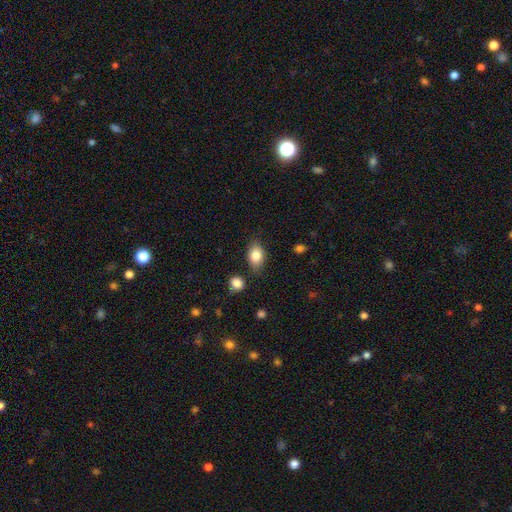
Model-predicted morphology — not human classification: A smooth galaxy with no disk features (82%) that is in between round and cigar-shaped (84%). Merging: none (79%).